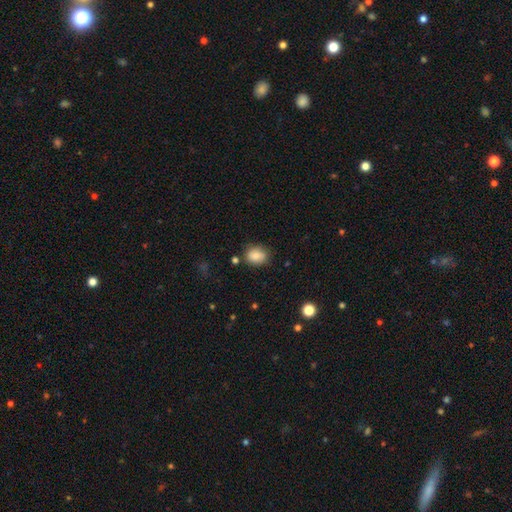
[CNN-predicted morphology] This is clearly a smooth galaxy (84%). How rounded: possibly in between (55%). Merging: likely none (73%).